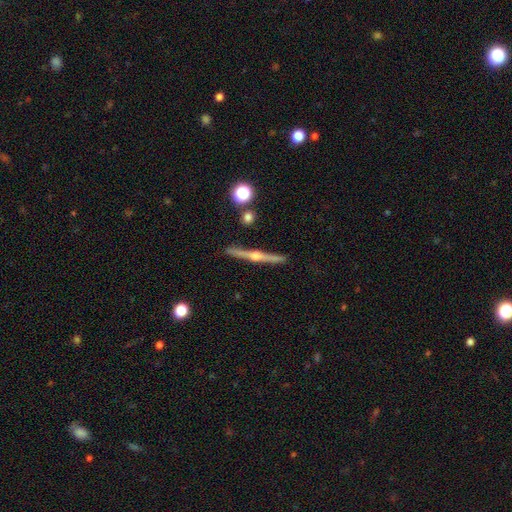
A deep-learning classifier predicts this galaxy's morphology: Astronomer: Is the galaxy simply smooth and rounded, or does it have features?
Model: featured or disk — 82%.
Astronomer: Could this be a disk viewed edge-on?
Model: yes — 98%.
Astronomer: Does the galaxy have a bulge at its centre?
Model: rounded — 91%.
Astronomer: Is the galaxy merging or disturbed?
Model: none — 91%.